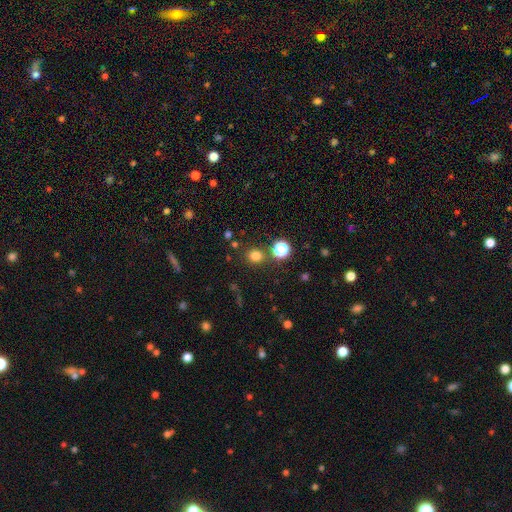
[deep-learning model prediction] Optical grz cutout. It shows a smooth galaxy with no disk features (76%) that is round (84%). Merging: none (83%).